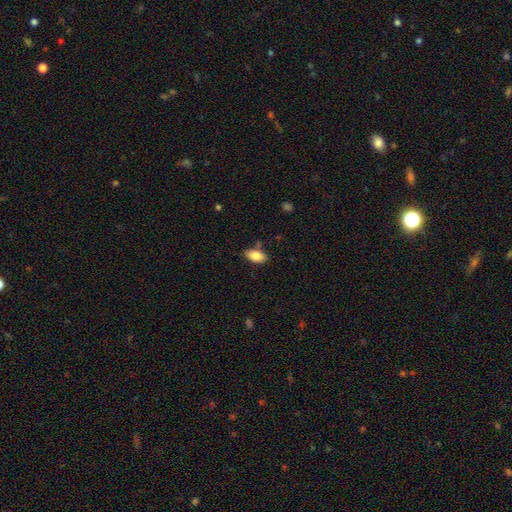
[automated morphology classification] A smooth galaxy with no disk features (83%) that is in between round and cigar-shaped (91%). Merging: none (75%).